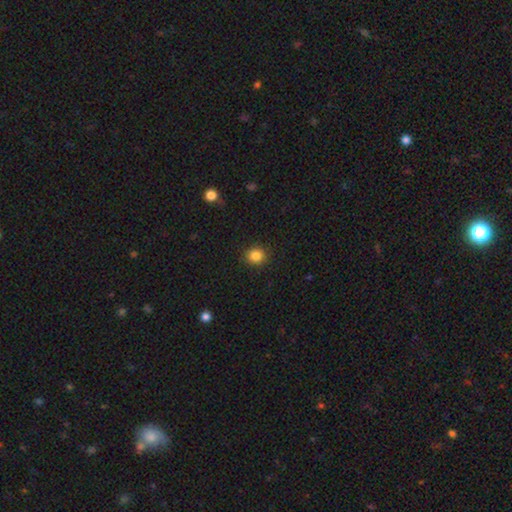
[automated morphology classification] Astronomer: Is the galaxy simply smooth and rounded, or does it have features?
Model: smooth — 85%.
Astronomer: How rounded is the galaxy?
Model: round — 86%.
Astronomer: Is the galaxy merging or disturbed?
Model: none — 91%.